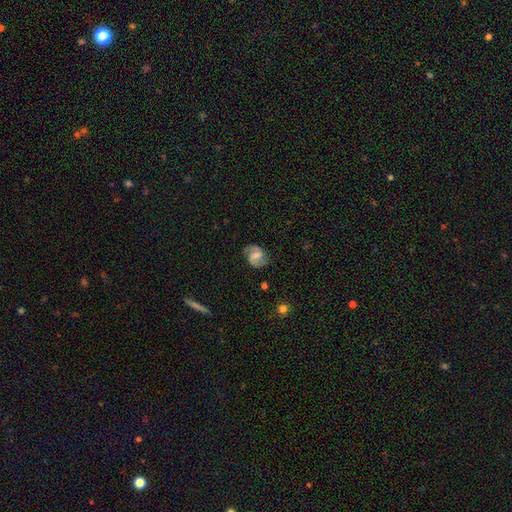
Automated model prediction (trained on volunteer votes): Overall: featured or disk (75%). Edge-on disk: no (98%). Bar: weak (52%; strong 26%). Spiral arms: yes (95%). Spiral arm count: 2 (92%). Spiral winding: medium (51%; loose 30%). Bulge size: small (35%; moderate 32%). Merging: none (80%).